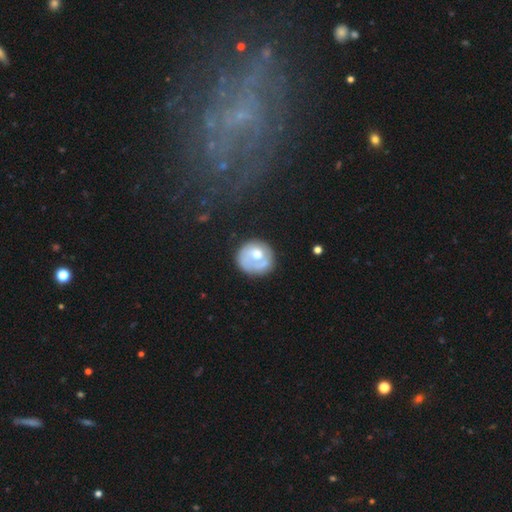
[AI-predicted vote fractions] Smooth or featured? smooth (48%)
Merging? none (64%)